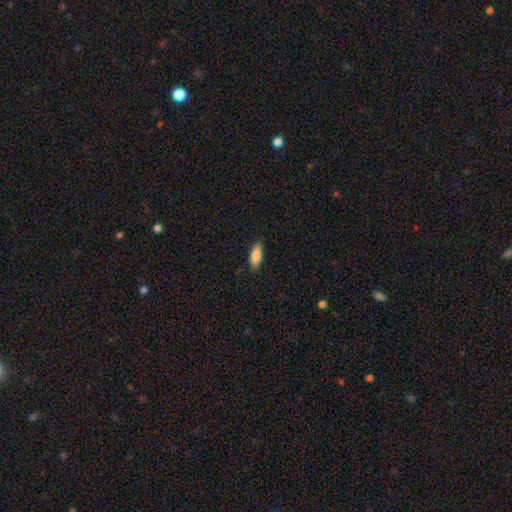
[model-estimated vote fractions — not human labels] A smooth galaxy with no disk features (84%) that is in between round and cigar-shaped (70%). Merging: none (87%).